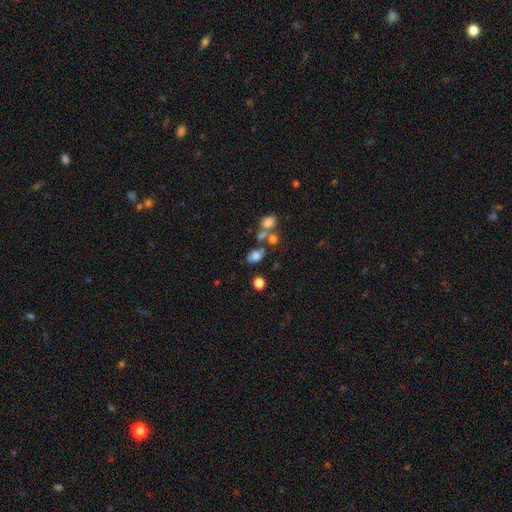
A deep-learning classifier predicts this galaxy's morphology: A smooth galaxy with no disk features (73%) that is in between round and cigar-shaped (74%). Merging: none (48%).